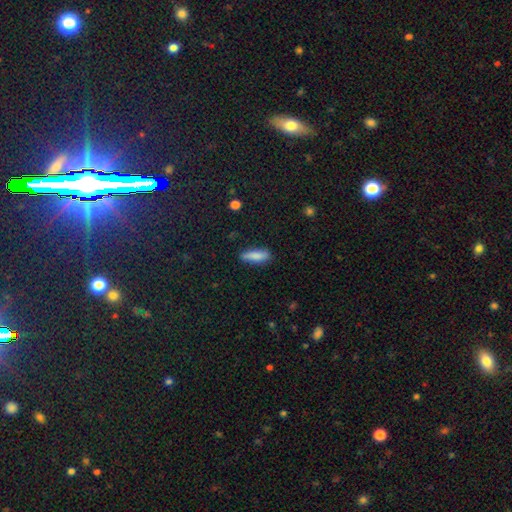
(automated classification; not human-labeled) Morphology: type=smooth (84%); roundness=cigar-shaped (51%); merging=none (79%).